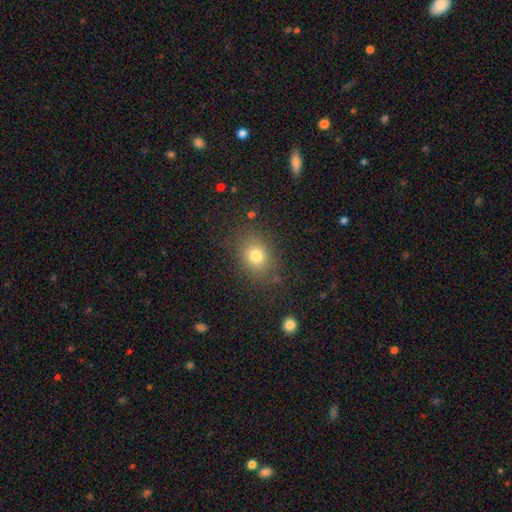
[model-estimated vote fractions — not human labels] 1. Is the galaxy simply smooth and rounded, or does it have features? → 78% smooth, 12% star or artifact, 10% featured or disk.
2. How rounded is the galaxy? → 56% in between, 43% round, 1% cigar-shaped.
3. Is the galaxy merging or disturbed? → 81% none, 12% minor disturbance, 4% major disturbance, 2% merger.